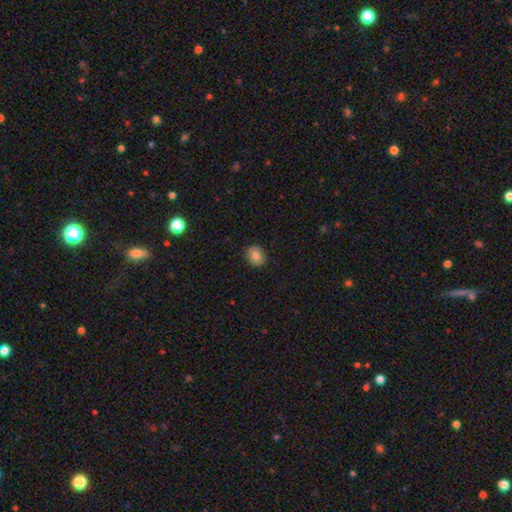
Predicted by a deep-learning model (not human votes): Smooth or featured? Predicted: smooth (p=0.81). How rounded? Predicted: round (p=0.67). Merging? Predicted: none (p=0.90).